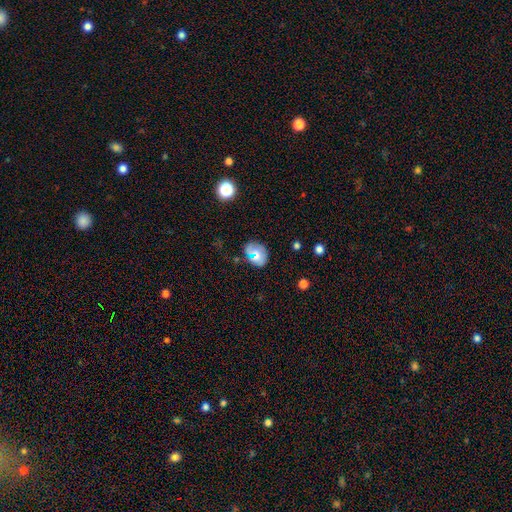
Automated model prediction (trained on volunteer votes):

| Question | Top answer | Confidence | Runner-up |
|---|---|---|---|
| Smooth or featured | smooth | 52% | featured or disk (30%) |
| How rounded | in between | 56% | round (42%) |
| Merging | none | 71% | minor disturbance (17%) |